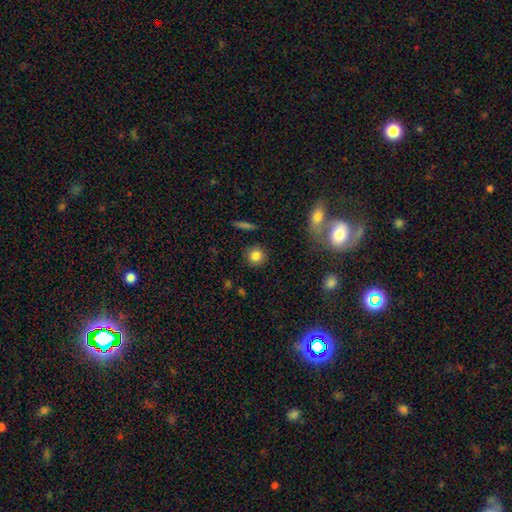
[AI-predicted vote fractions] Smooth or featured?
  - smooth: 83% *
  - star or artifact: 10%
  - featured or disk: 7%
How rounded?
  - round: 91% *
  - in between: 8%
  - cigar-shaped: 1%
Merging?
  - none: 90% *
  - minor disturbance: 6%
  - major disturbance: 2%
  - merger: 2%